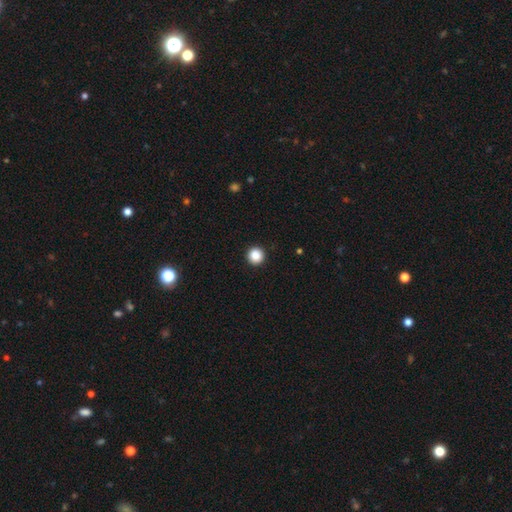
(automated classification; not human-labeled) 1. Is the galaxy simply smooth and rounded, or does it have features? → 87% smooth, 10% star or artifact, 3% featured or disk.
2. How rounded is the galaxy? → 96% round, 3% in between, 1% cigar-shaped.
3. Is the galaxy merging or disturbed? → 94% none, 4% minor disturbance, 1% major disturbance, 1% merger.